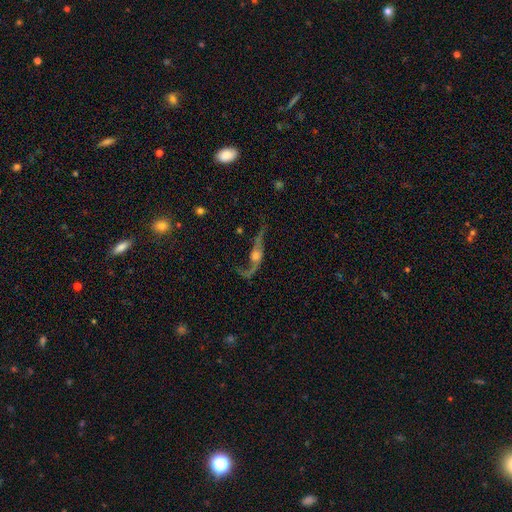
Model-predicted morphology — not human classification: Smooth or featured: featured or disk — 81% (smooth — 10%)
Edge-on disk: no — 72% (yes — 28%)
Bar: no — 68% (weak — 22%)
Spiral arms: yes — 89% (no — 11%)
Spiral winding: loose — 89% (medium — 9%)
Spiral arm count: 2 — 82% (1 — 12%)
Bulge size: moderate — 54% (small — 27%)
Merging: none — 47% (major disturbance — 30%)